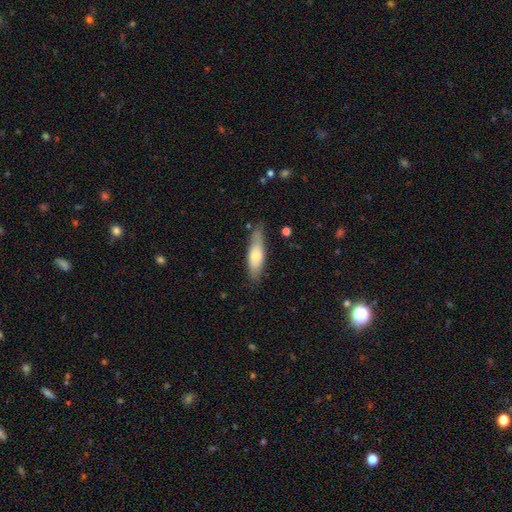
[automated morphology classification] A smooth galaxy with no disk features (69%) that is cigar-shaped (55%). Merging: none (77%).